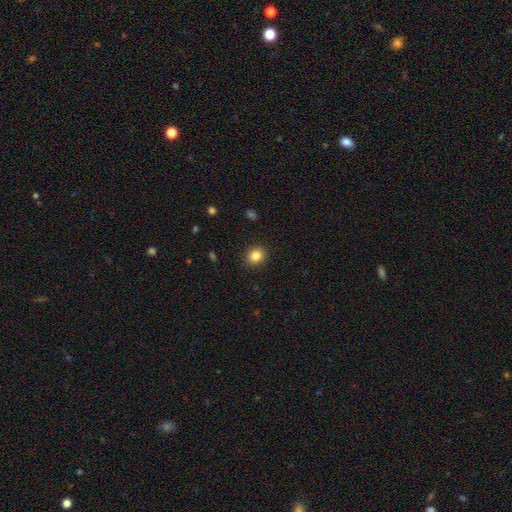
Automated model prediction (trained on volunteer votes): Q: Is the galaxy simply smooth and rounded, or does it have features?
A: smooth — 84%.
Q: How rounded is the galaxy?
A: round — 73%.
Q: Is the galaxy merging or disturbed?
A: none — 90%.